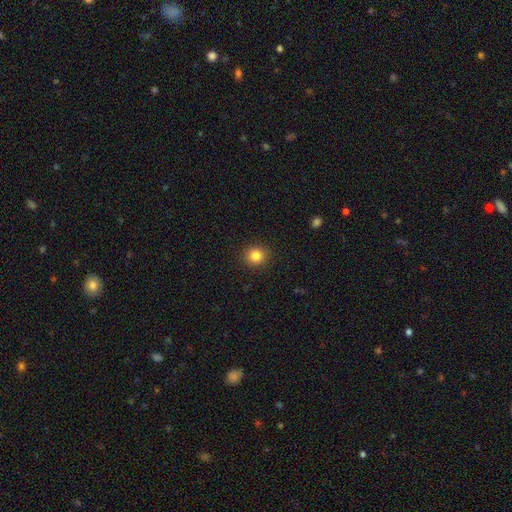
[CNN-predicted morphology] Q: Smooth or featured?
A: smooth (84%); runner-up: star or artifact (11%)
Q: How rounded?
A: round (89%); runner-up: in between (10%)
Q: Merging?
A: none (91%); runner-up: minor disturbance (6%)